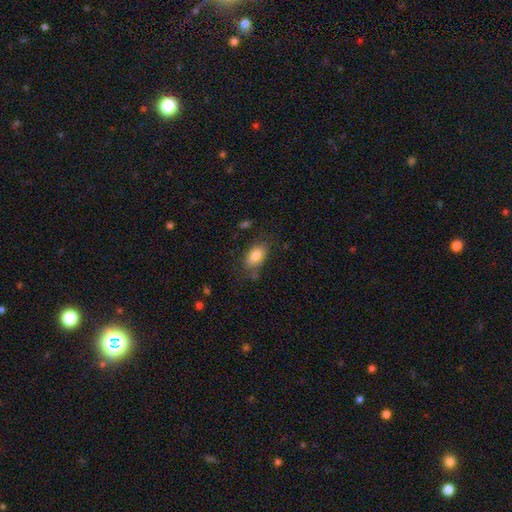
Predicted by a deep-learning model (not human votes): smooth-or-featured: smooth: 82% | featured or disk: 10% | star or artifact: 8%
  how-rounded: in between: 89% | round: 9% | cigar-shaped: 2%
  merging: none: 73% | minor disturbance: 18% | major disturbance: 6% | merger: 3%